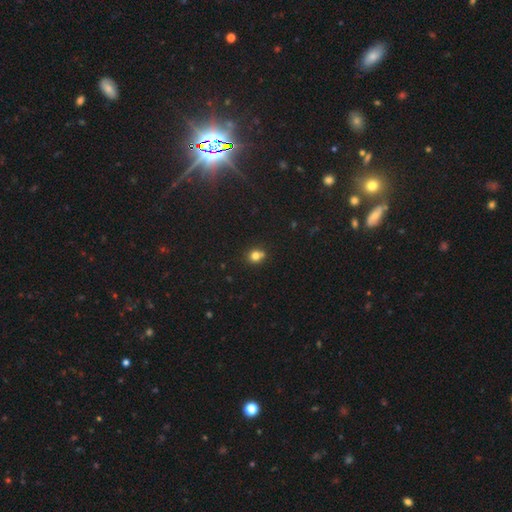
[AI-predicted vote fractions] smooth 77%, star or artifact 15%, featured or disk 9%. Down the decision tree: how rounded — round (79%); merging — none (63%).